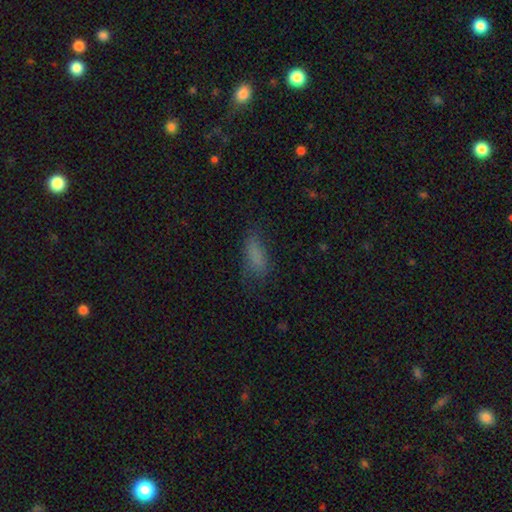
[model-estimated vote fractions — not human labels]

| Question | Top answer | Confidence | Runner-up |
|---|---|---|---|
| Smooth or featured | smooth | 78% | star or artifact (13%) |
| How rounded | in between | 71% | cigar-shaped (25%) |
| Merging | none | 59% | minor disturbance (25%) |